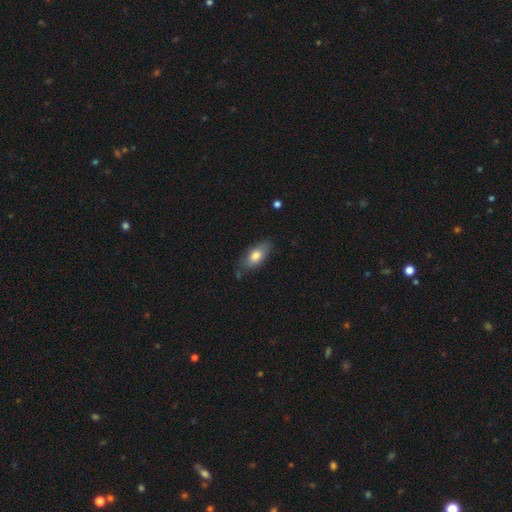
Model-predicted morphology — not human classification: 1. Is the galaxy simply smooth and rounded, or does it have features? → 77% smooth, 17% featured or disk, 6% star or artifact.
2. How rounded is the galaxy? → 87% in between, 9% cigar-shaped, 4% round.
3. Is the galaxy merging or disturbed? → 73% none, 21% minor disturbance, 4% major disturbance, 3% merger.